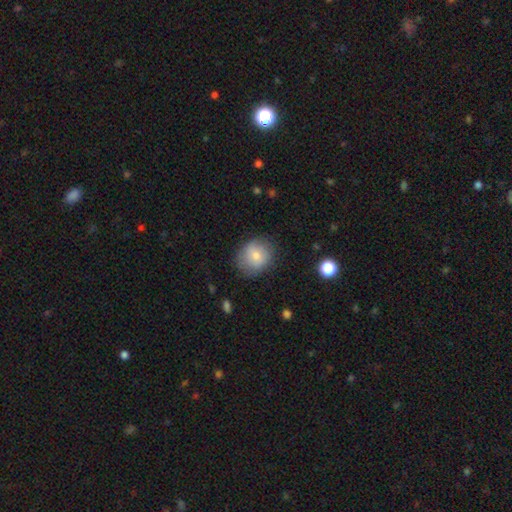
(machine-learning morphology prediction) type=smooth (74%); roundness=round (76%); merging=none (76%).